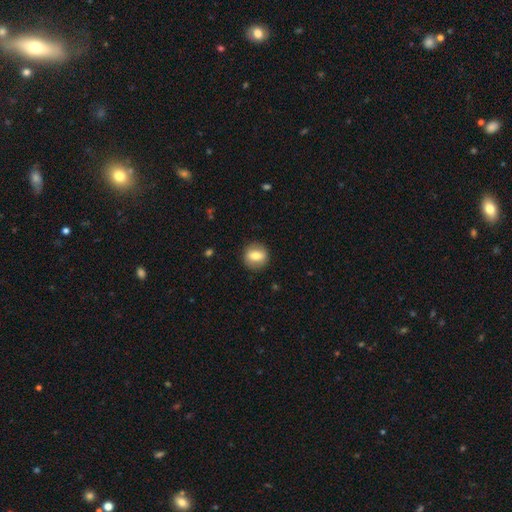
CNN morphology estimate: This is likely a smooth galaxy (67%). How rounded: likely round (78%). Merging: clearly none (87%).